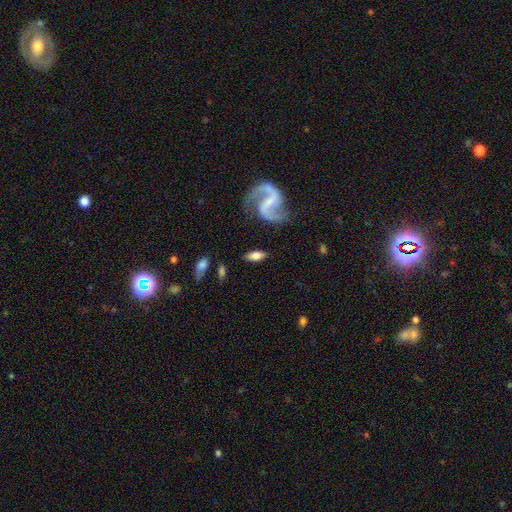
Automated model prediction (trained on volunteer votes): Q: Smooth or featured?
A: featured or disk (47%); runner-up: smooth (46%)
Q: Merging?
A: none (79%); runner-up: minor disturbance (13%)